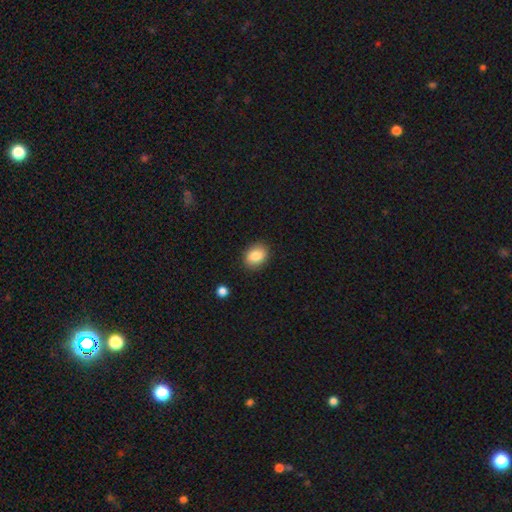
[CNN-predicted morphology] Overall: smooth (85%). How rounded: in between (56%; round 43%). Merging: none (87%).